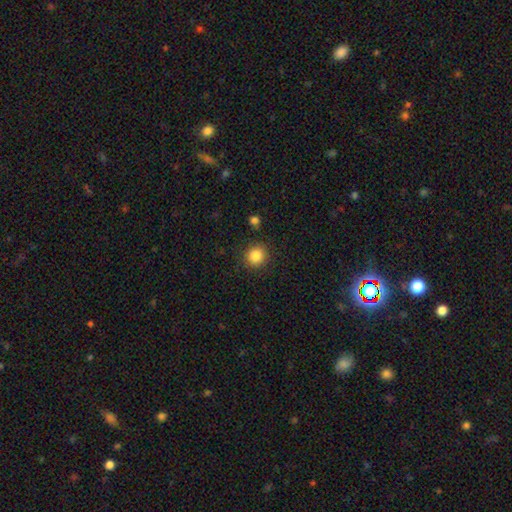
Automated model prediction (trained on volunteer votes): This is clearly a smooth galaxy (85%). How rounded: clearly round (89%). Merging: clearly none (87%).